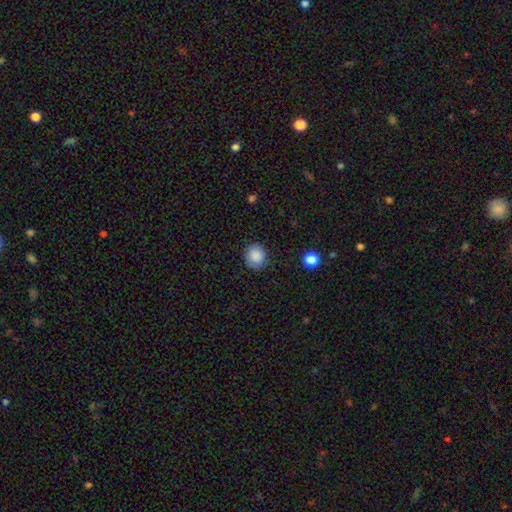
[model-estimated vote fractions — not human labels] Morphology: type=smooth (87%); roundness=round (84%); merging=none (87%).